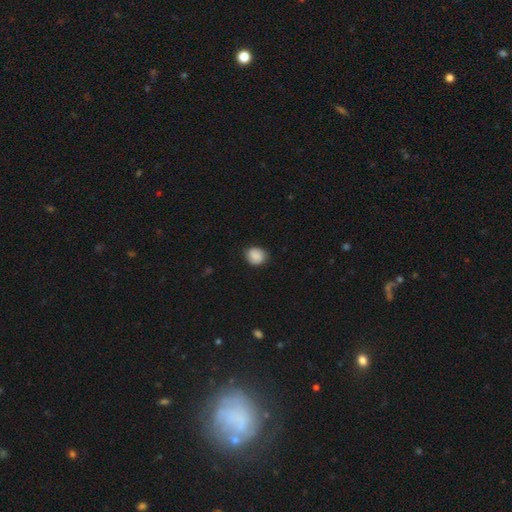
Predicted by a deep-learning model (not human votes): The model was most divided on "how rounded": round: 74%, in between: 25%, cigar-shaped: 1%. More confident: merging — none (82%); smooth or featured — smooth (80%).